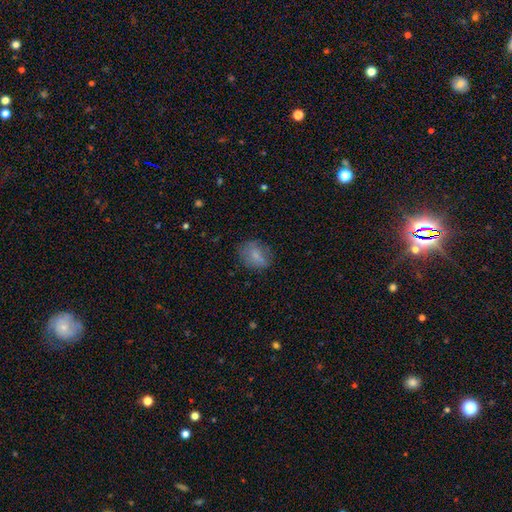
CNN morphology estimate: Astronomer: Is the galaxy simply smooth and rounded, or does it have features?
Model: smooth — 72%.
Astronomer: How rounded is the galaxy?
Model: in between — 60% (runner-up: round, 39%).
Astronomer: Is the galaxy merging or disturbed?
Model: none — 69%.